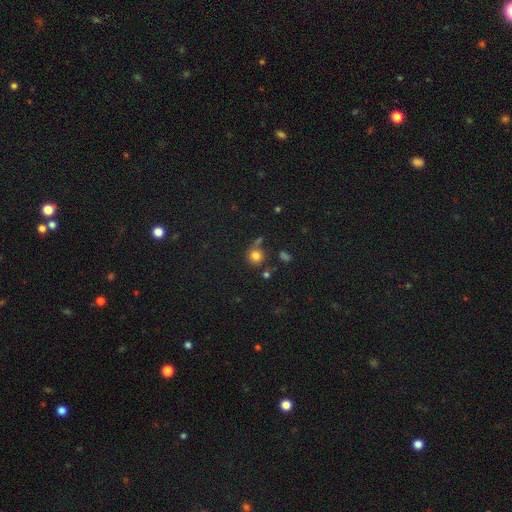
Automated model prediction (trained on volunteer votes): A smooth galaxy with no disk features (79%) that is round (89%).

Vote fractions:
- Smooth or featured? smooth: 79% / star or artifact: 13% / featured or disk: 8%
- How rounded? round: 89% / in between: 10% / cigar-shaped: 1%
- Merging? none: 65% / merger: 15% / minor disturbance: 14% / major disturbance: 6%